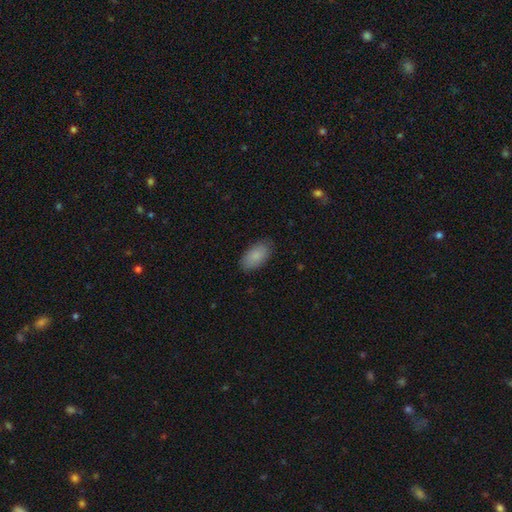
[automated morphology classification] smooth 87%, featured or disk 7%, star or artifact 6%. Down the decision tree: how rounded — in between (94%); merging — none (85%).